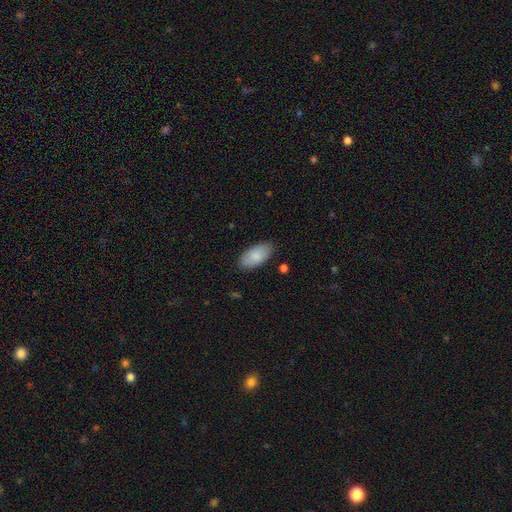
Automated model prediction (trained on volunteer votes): smooth_or_featured: smooth (p=0.87) [alt: featured or disk p=0.07]
how_rounded: in between (p=0.95) [alt: cigar-shaped p=0.03]
merging: none (p=0.86) [alt: minor disturbance p=0.11]